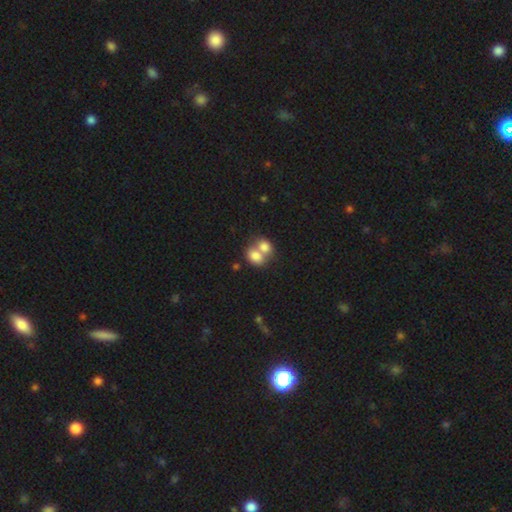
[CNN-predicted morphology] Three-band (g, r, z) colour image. It shows a smooth galaxy with no disk features (78%) that is in between round and cigar-shaped (65%). Merging: merger (68%).